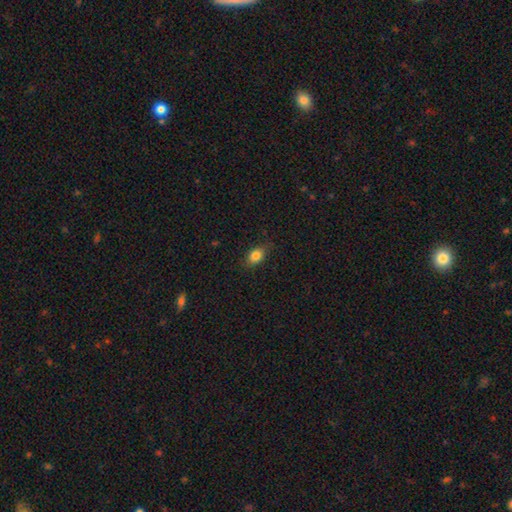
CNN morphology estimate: Smooth or featured? Predicted: smooth (p=0.83). How rounded? Predicted: in between (p=0.74). Merging? Predicted: none (p=0.78).